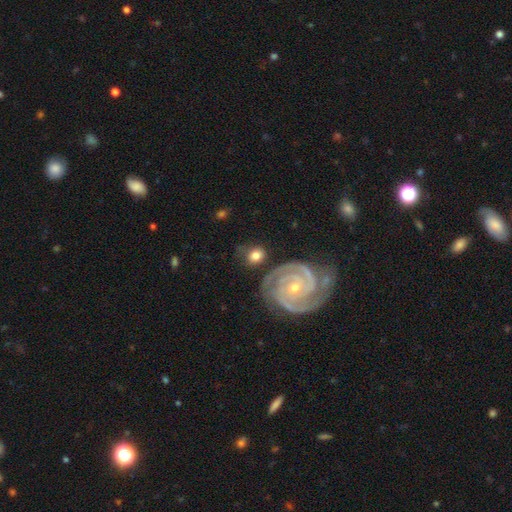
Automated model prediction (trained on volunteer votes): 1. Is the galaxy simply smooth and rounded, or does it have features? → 52% smooth, 40% featured or disk, 7% star or artifact.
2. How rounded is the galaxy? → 66% round, 33% in between, 2% cigar-shaped.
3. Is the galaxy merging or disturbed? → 73% none, 15% minor disturbance, 6% merger, 6% major disturbance.